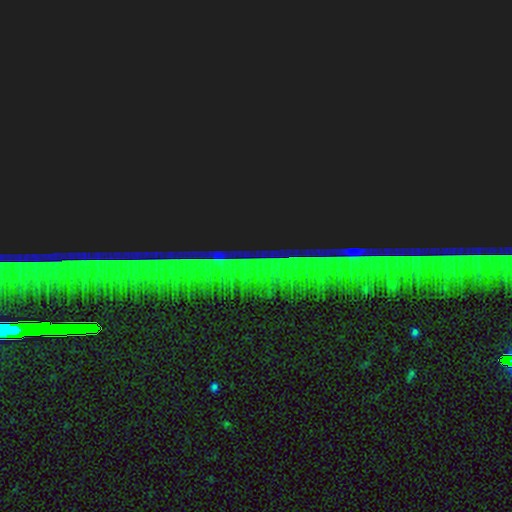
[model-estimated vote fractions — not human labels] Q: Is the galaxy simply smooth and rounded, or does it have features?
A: star or artifact — 86%.